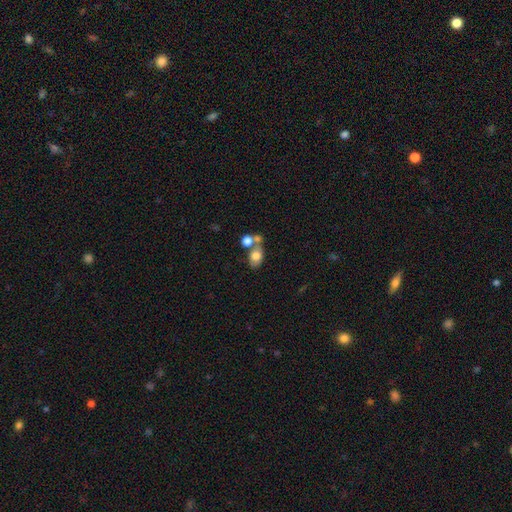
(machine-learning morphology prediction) A smooth galaxy with no disk features (72%) that is in between round and cigar-shaped (75%).

Vote fractions:
- Smooth or featured? smooth: 72% / featured or disk: 18% / star or artifact: 10%
- How rounded? in between: 75% / round: 23% / cigar-shaped: 2%
- Merging? merger: 42% / none: 40% / minor disturbance: 12% / major disturbance: 6%